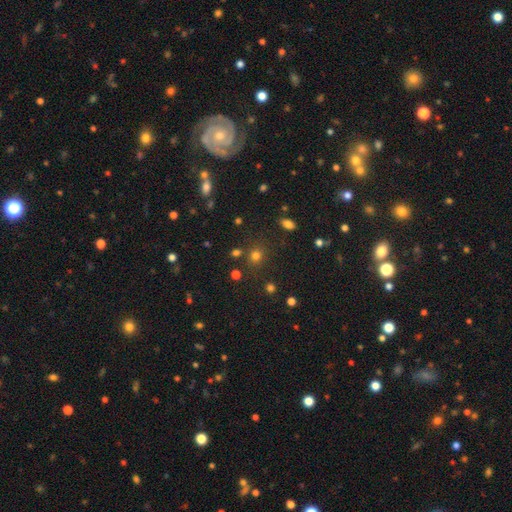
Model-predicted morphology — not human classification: Smooth or featured?
  - smooth: 72% *
  - star or artifact: 22%
  - featured or disk: 7%
How rounded?
  - round: 80% *
  - in between: 19%
  - cigar-shaped: 1%
Merging?
  - none: 80% *
  - minor disturbance: 10%
  - merger: 7%
  - major disturbance: 4%